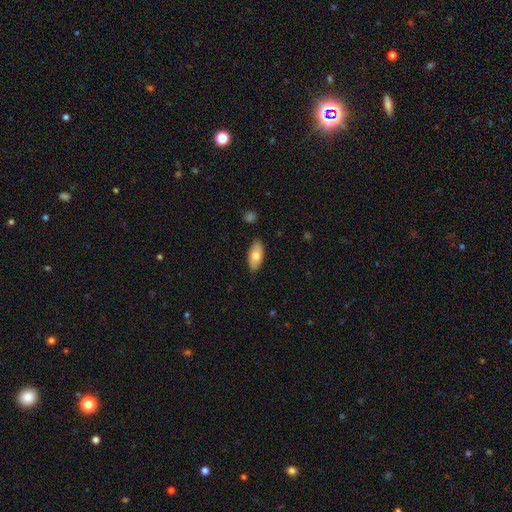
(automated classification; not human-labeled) Smooth or featured?
  - smooth: 72% *
  - featured or disk: 22%
  - star or artifact: 6%
How rounded?
  - in between: 91% *
  - cigar-shaped: 6%
  - round: 3%
Merging?
  - none: 86% *
  - minor disturbance: 11%
  - major disturbance: 2%
  - merger: 1%